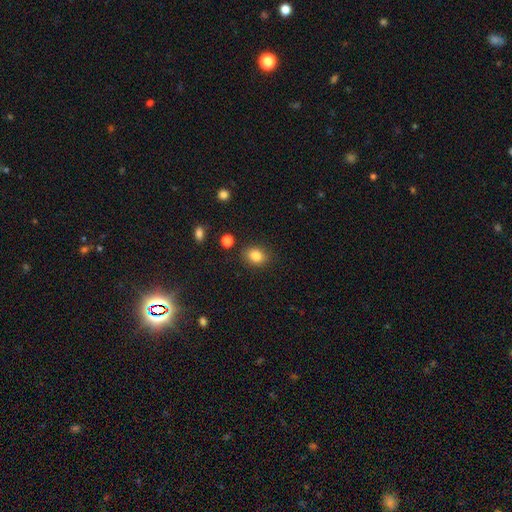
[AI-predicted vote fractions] A smooth galaxy with no disk features (84%) that is round (55%). Merging: none (85%).